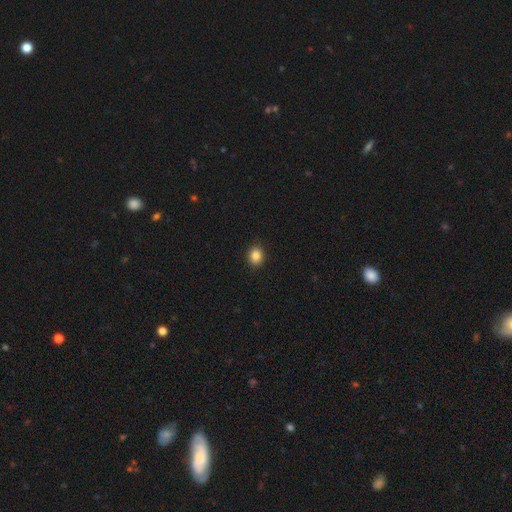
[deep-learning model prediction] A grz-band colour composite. It shows a smooth galaxy with no disk features (87%) that is round (52%). Merging: none (91%).